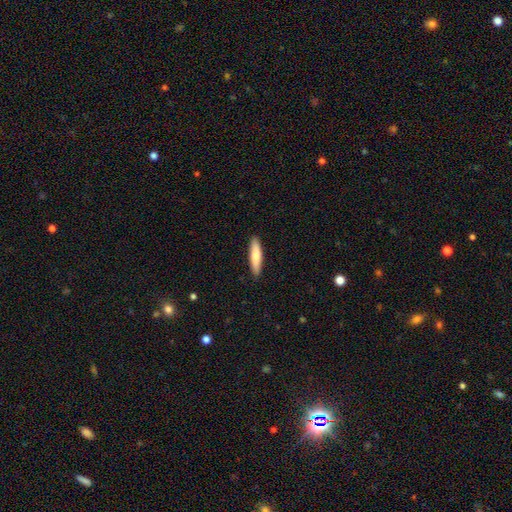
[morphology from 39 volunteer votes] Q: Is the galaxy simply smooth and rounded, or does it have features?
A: smooth — 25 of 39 (64%).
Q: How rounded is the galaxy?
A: cigar-shaped — 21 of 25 (84%).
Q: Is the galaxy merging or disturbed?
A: none — 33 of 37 (89%).